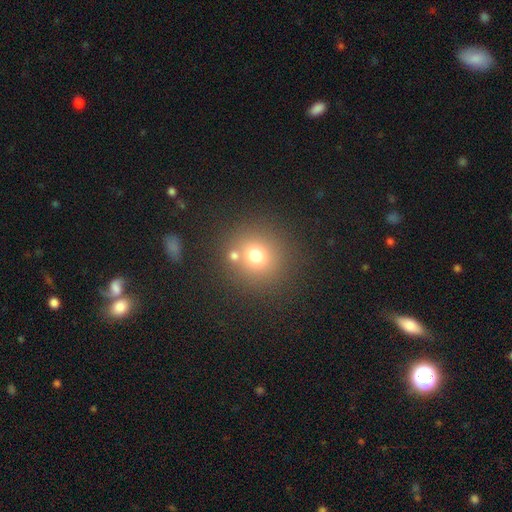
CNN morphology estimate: Overall: smooth (71%). How rounded: round (89%). Merging: none (72%).